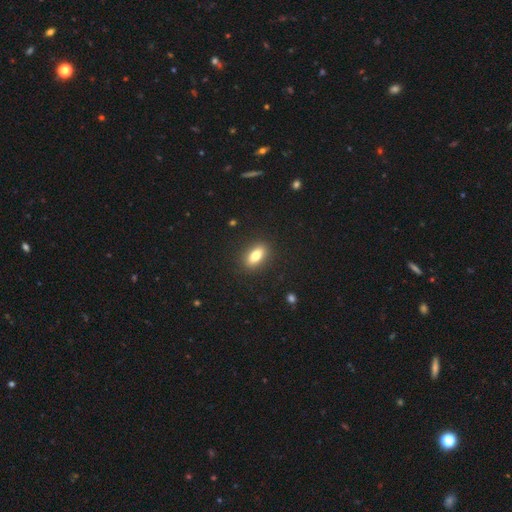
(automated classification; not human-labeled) This is likely a smooth galaxy (75%). How rounded: clearly in between (83%). Merging: clearly none (89%).